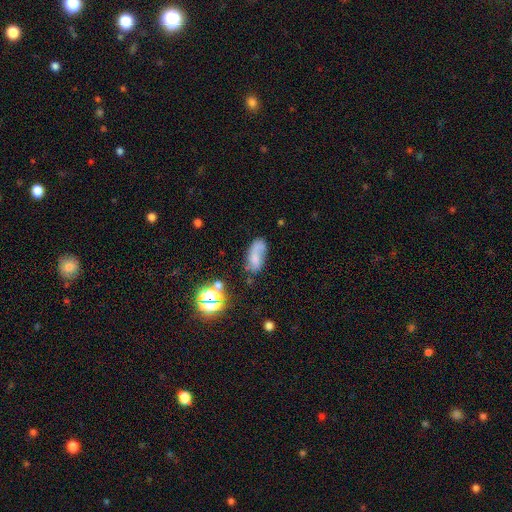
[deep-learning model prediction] smooth-or-featured: smooth: 49% | featured or disk: 36% | star or artifact: 14%
  merging: none: 49% | minor disturbance: 27% | major disturbance: 15% | merger: 9%